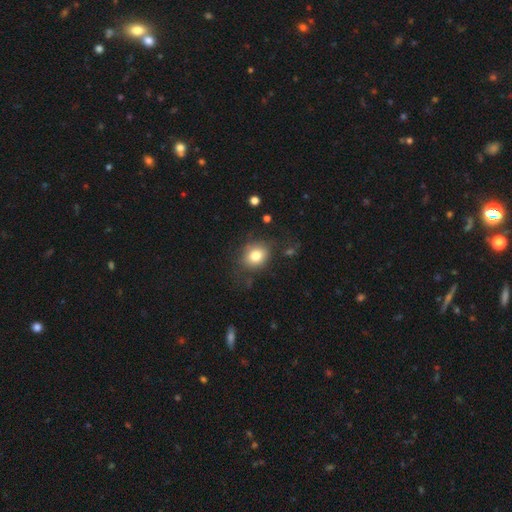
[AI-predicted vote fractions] A smooth galaxy with no disk features (80%) that is round (62%).

Vote fractions:
- Smooth or featured? smooth: 80% / featured or disk: 10% / star or artifact: 10%
- How rounded? round: 62% / in between: 38% / cigar-shaped: 1%
- Merging? none: 76% / minor disturbance: 16% / major disturbance: 6% / merger: 2%